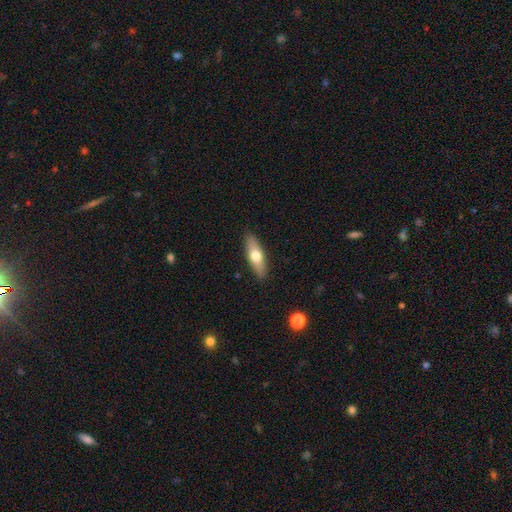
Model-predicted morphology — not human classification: Smooth or featured? Predicted: smooth (p=0.61). How rounded? Predicted: cigar-shaped (p=0.49). Merging? Predicted: none (p=0.89).